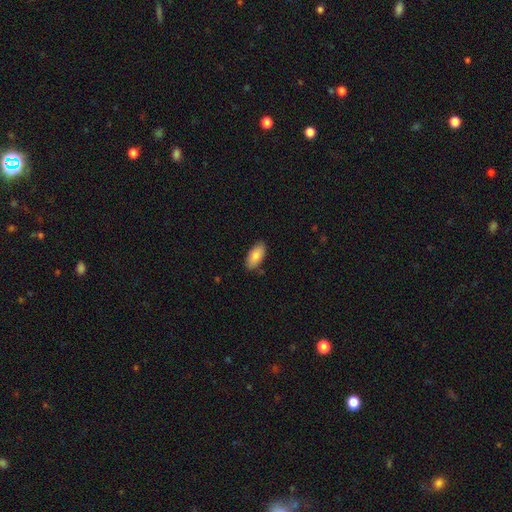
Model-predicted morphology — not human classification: This is clearly a smooth galaxy (83%). How rounded: clearly in between (92%). Merging: clearly none (84%).